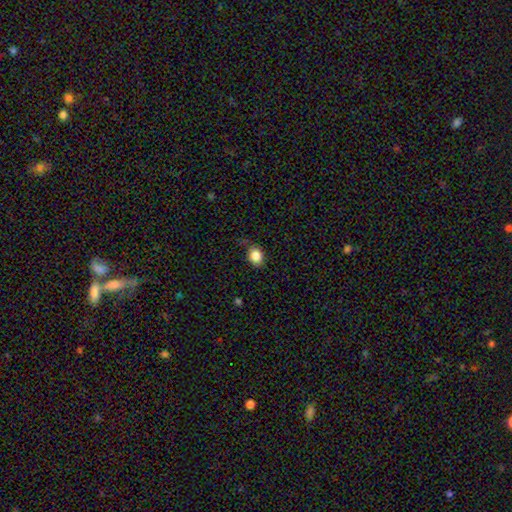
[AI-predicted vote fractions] The model was most divided on "how rounded": in between: 54%, round: 45%, cigar-shaped: 1%. More confident: smooth or featured — smooth (85%); merging — none (73%).